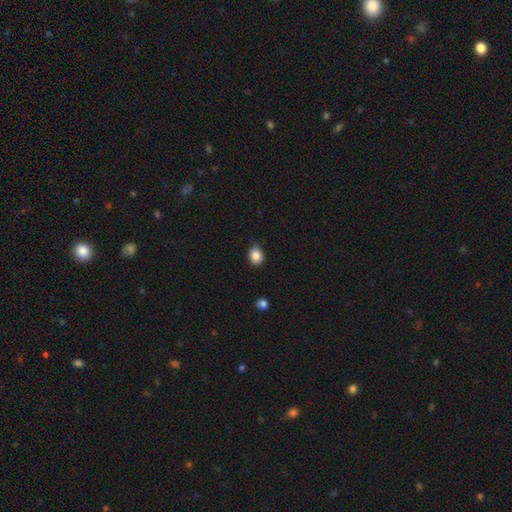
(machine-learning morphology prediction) Smooth or featured: smooth — 86% (star or artifact — 10%)
How rounded: round — 59% (in between — 40%)
Merging: none — 76% (minor disturbance — 20%)